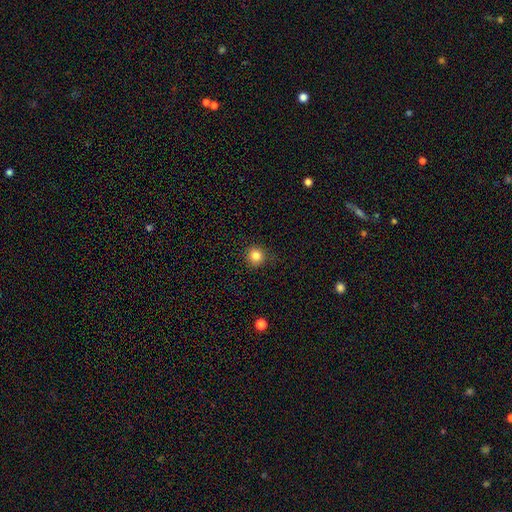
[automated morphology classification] Q: Smooth or featured?
A: smooth (83%); runner-up: star or artifact (12%)
Q: How rounded?
A: round (92%); runner-up: in between (7%)
Q: Merging?
A: none (89%); runner-up: minor disturbance (8%)